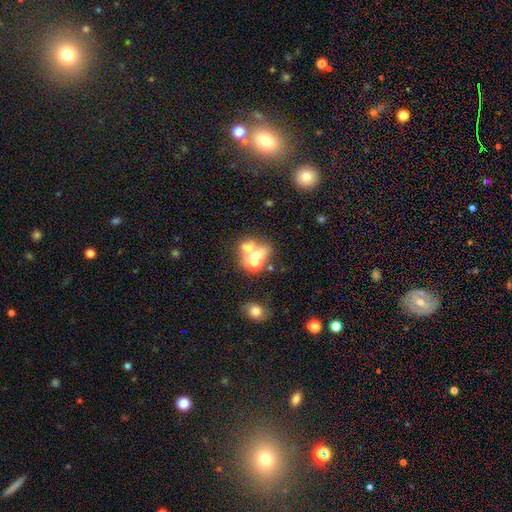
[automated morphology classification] smooth-or-featured: smooth: 54% | featured or disk: 32% | star or artifact: 14%
  how-rounded: round: 54% | in between: 44% | cigar-shaped: 2%
  merging: merger: 63% | none: 23% | major disturbance: 7% | minor disturbance: 7%